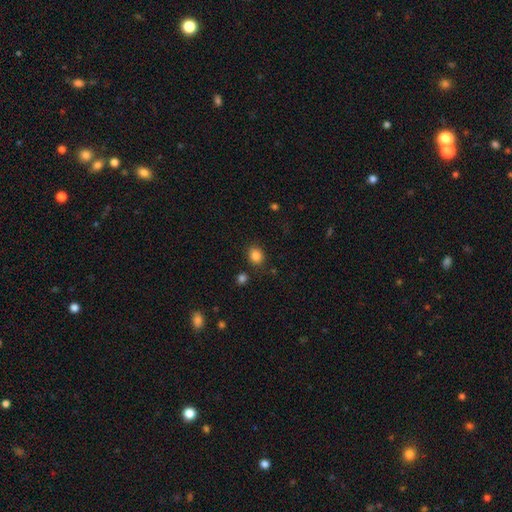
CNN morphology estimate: This is clearly a smooth galaxy (85%). How rounded: likely round (61%). Merging: clearly none (83%).